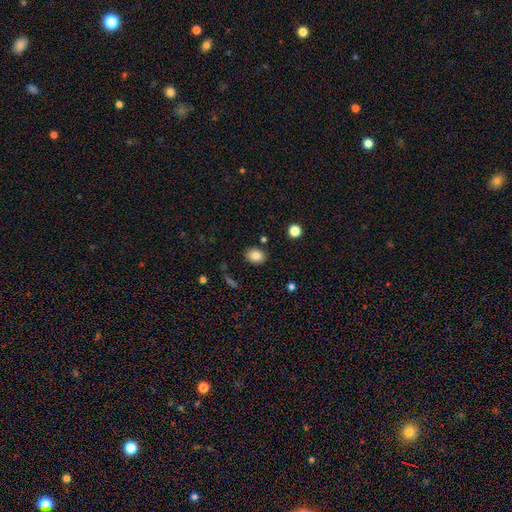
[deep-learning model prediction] Smooth or featured?
  - smooth: 83% *
  - star or artifact: 10%
  - featured or disk: 7%
How rounded?
  - in between: 60% *
  - round: 39%
  - cigar-shaped: 1%
Merging?
  - none: 85% *
  - minor disturbance: 9%
  - merger: 3%
  - major disturbance: 2%